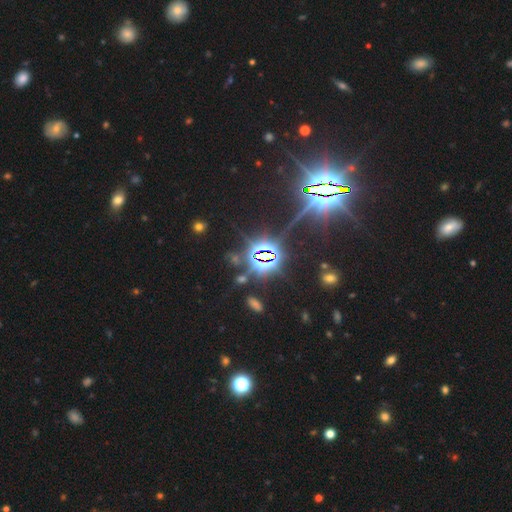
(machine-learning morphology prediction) Overall: star or artifact (85%).